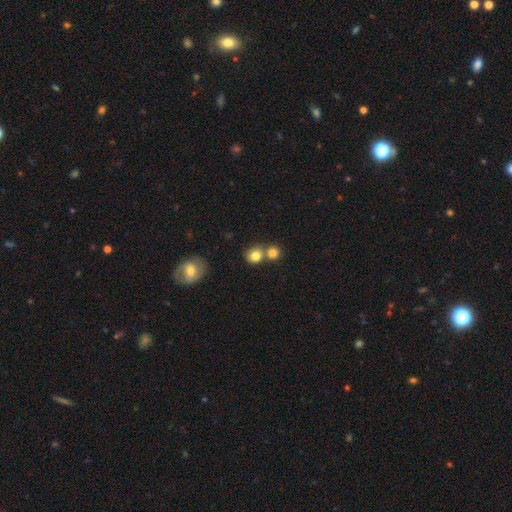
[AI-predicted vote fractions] Smooth or featured?
  - smooth: 82% *
  - star or artifact: 10%
  - featured or disk: 8%
How rounded?
  - round: 80% *
  - in between: 19%
  - cigar-shaped: 1%
Merging?
  - none: 50% *
  - merger: 39%
  - minor disturbance: 8%
  - major disturbance: 3%